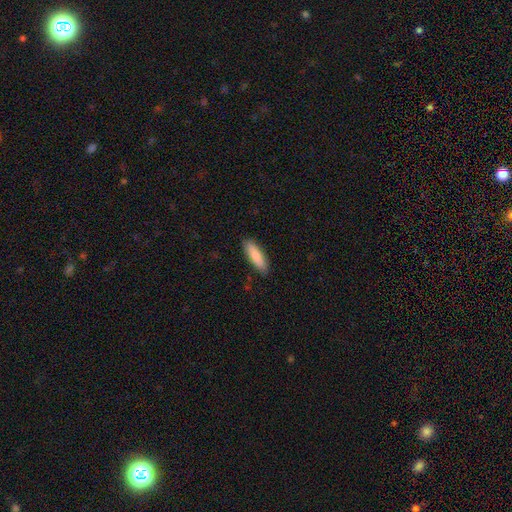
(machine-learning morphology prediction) Overall: smooth (81%). How rounded: cigar-shaped (53%; in between 45%). Merging: none (88%).